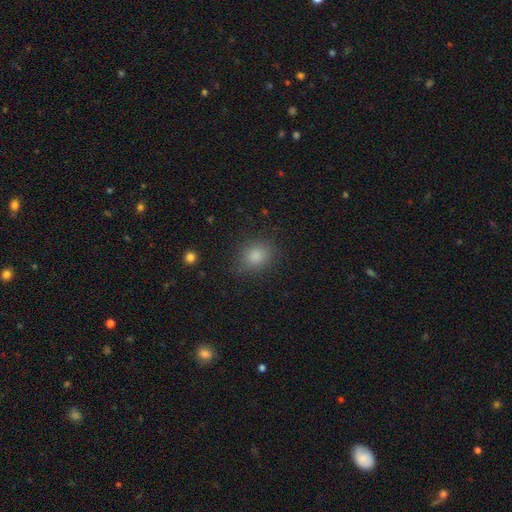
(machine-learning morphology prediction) type=smooth (81%); roundness=round (58%); merging=none (84%).